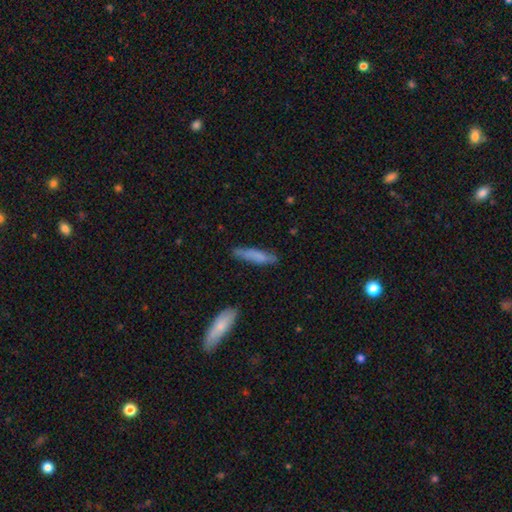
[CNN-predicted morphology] smooth 70%, featured or disk 23%, star or artifact 7%. Down the decision tree: how rounded — cigar-shaped (83%); merging — none (72%).